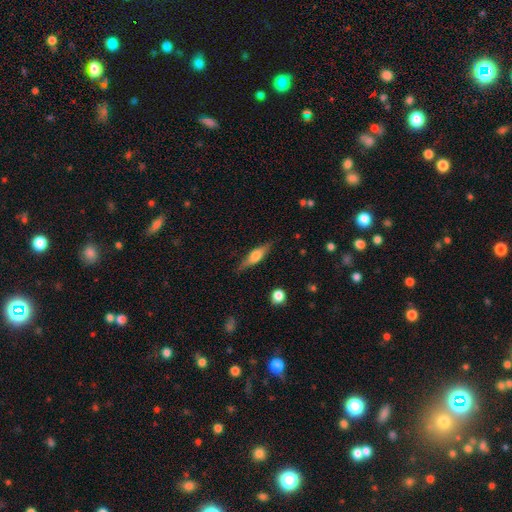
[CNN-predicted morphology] Smooth or featured? featured or disk (54%)
Edge-on disk? yes (94%)
Edge-on bulge? rounded (84%)
Merging? none (83%)